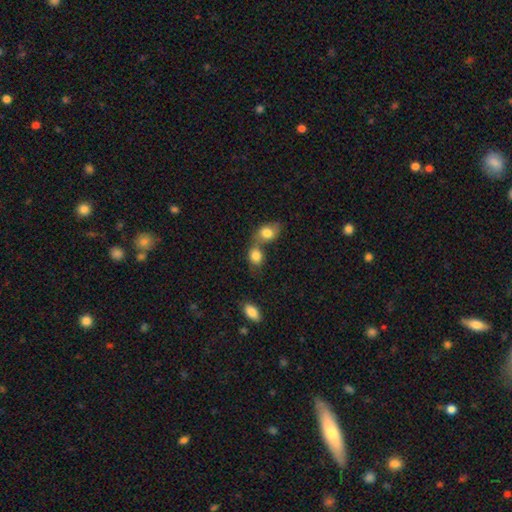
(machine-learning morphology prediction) Smooth or featured?
  - smooth: 83% *
  - star or artifact: 9%
  - featured or disk: 8%
How rounded?
  - in between: 55% *
  - round: 44%
  - cigar-shaped: 2%
Merging?
  - merger: 54% *
  - none: 32%
  - minor disturbance: 9%
  - major disturbance: 5%